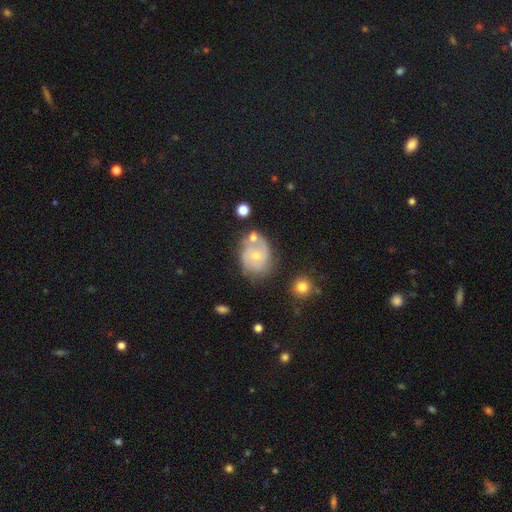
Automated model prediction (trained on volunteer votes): Smooth or featured? featured or disk (59%)
Edge-on disk? no (97%)
Bar? no (67%)
Spiral arms? yes (77%)
Bulge size? small (54%)
Merging? none (50%)